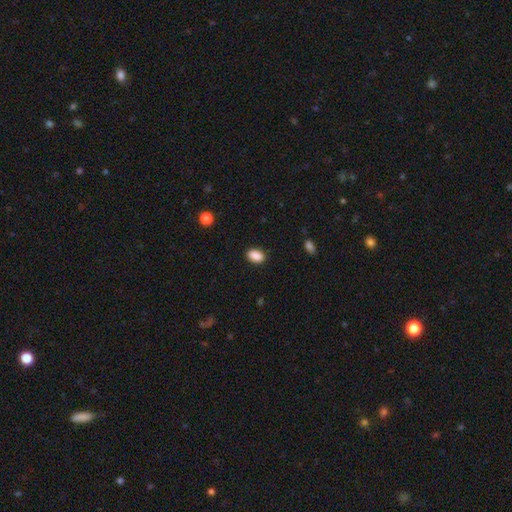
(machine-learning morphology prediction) The model was most divided on "how rounded": in between: 87%, round: 12%, cigar-shaped: 2%. More confident: smooth or featured — smooth (89%); merging — none (87%).